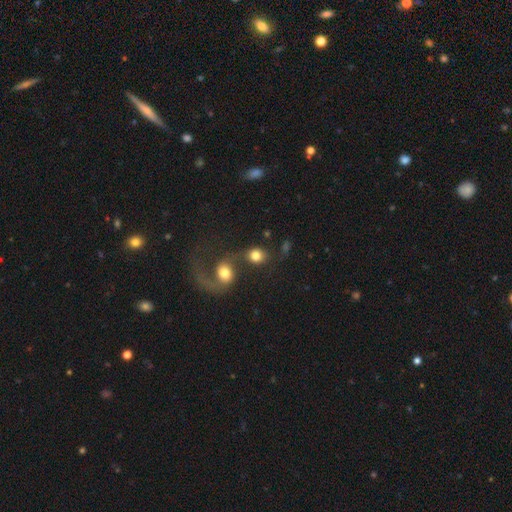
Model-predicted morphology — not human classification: Smooth or featured? Predicted: smooth (p=0.71). How rounded? Predicted: round (p=0.74). Merging? Predicted: merger (p=0.49).